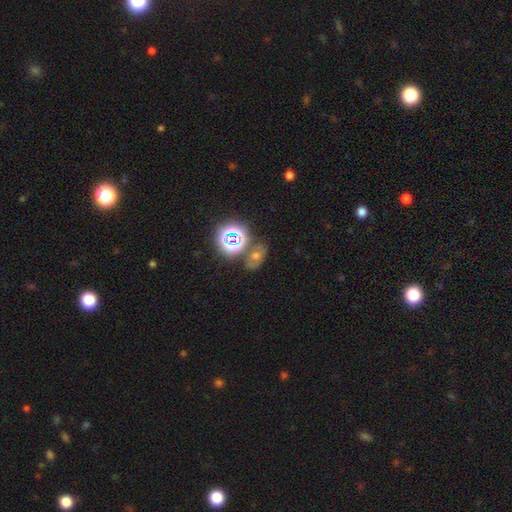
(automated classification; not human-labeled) Q: Smooth or featured?
A: star or artifact (49%); runner-up: smooth (33%)